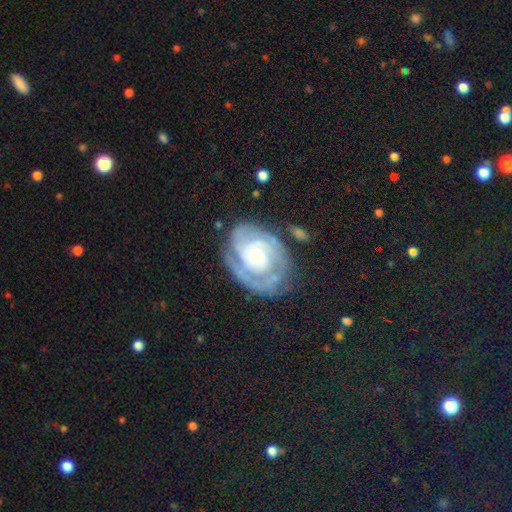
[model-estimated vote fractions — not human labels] Smooth or featured: featured or disk — 85% (smooth — 10%)
Edge-on disk: no — 97% (yes — 3%)
Bar: no — 74% (weak — 21%)
Spiral arms: yes — 94% (no — 6%)
Spiral winding: tight — 71% (medium — 24%)
Spiral arm count: 2 — 34% (can't tell — 30%)
Bulge size: small — 56% (moderate — 37%)
Merging: none — 67% (minor disturbance — 21%)